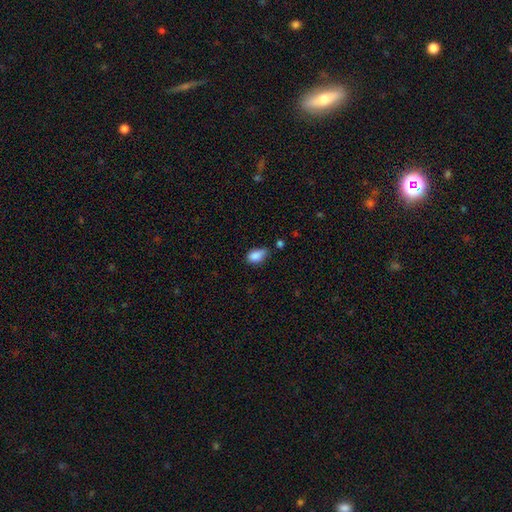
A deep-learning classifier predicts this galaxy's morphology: smooth-or-featured: smooth: 86% | star or artifact: 9% | featured or disk: 5%
  how-rounded: in between: 86% | round: 12% | cigar-shaped: 2%
  merging: none: 45% | minor disturbance: 40% | major disturbance: 9% | merger: 7%